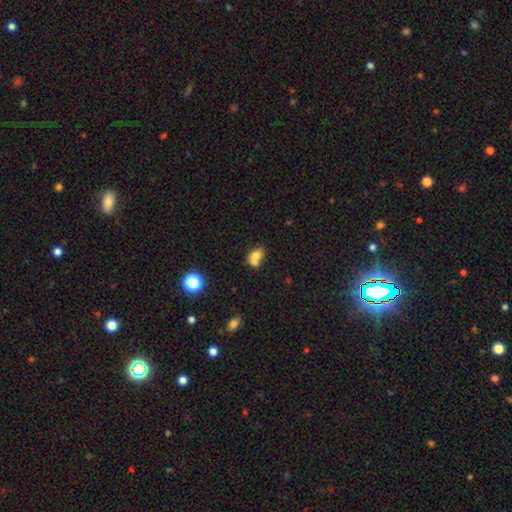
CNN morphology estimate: The model was most divided on "merging": merger: 57%, none: 26%, minor disturbance: 11%, major disturbance: 6%. More confident: smooth or featured — smooth (72%); how rounded — in between (65%).